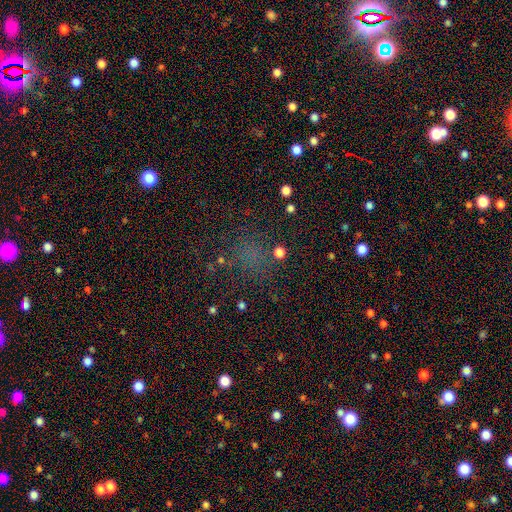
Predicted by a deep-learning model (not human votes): This is possibly a smooth galaxy (46%). Merging: likely none (69%).